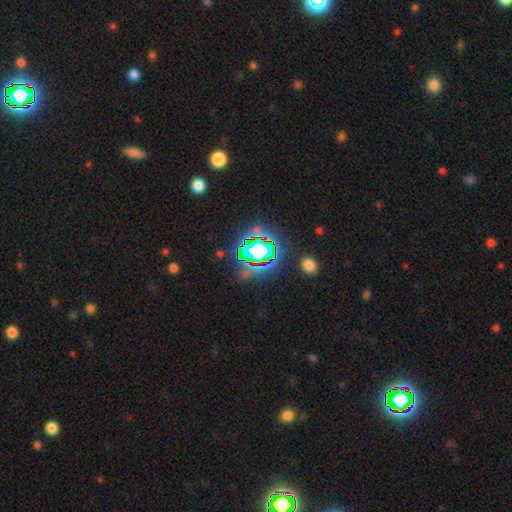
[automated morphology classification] Smooth or featured? star or artifact (73%)